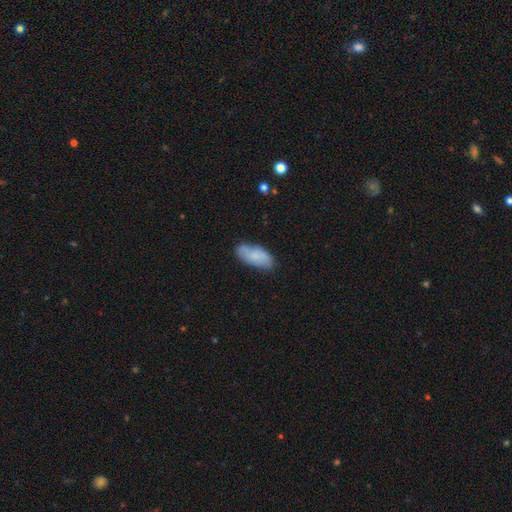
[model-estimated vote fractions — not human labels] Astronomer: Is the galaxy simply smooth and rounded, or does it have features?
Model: smooth — 72%.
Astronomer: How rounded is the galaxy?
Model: in between — 89%.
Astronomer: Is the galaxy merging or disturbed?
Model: none — 72%.